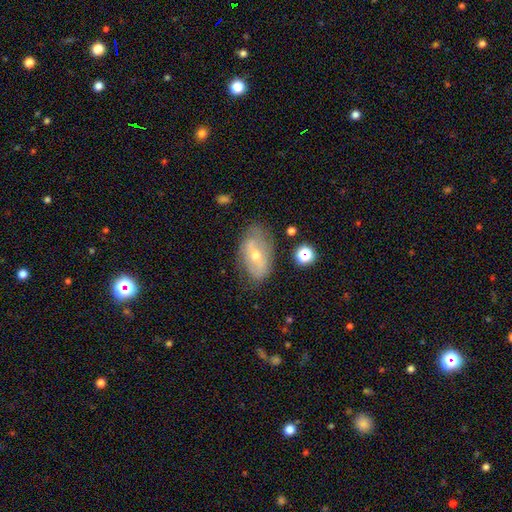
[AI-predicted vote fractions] A featured or disk galaxy (58%) with no bar (39%), no spiral arms (53%) and a moderate central bulge (57%). Merging: none (68%).